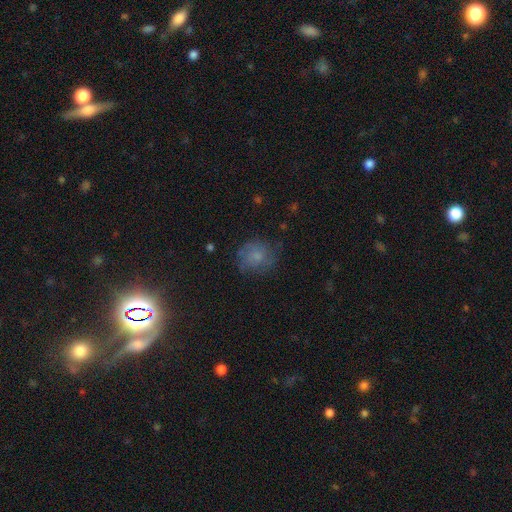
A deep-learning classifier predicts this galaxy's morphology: The model was most divided on "smooth or featured": smooth: 65%, featured or disk: 22%, star or artifact: 12%. More confident: how rounded — round (78%); merging — none (67%).